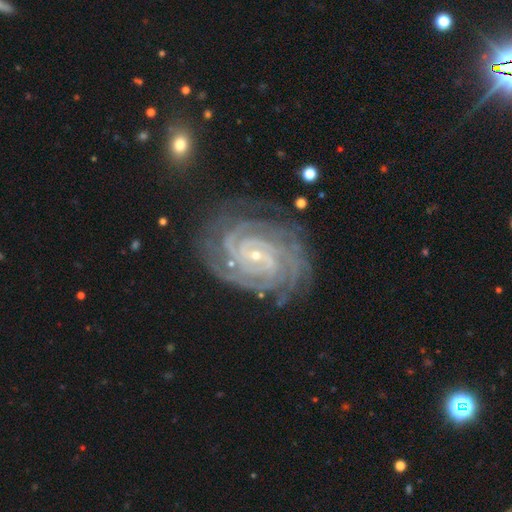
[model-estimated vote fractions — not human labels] Smooth or featured? featured or disk (92%)
Edge-on disk? no (98%)
Bar? no (53%)
Spiral arms? yes (99%)
Spiral winding? tight (83%)
Spiral arm count? 4 (27%)
Bulge size? small (83%)
Merging? none (79%)